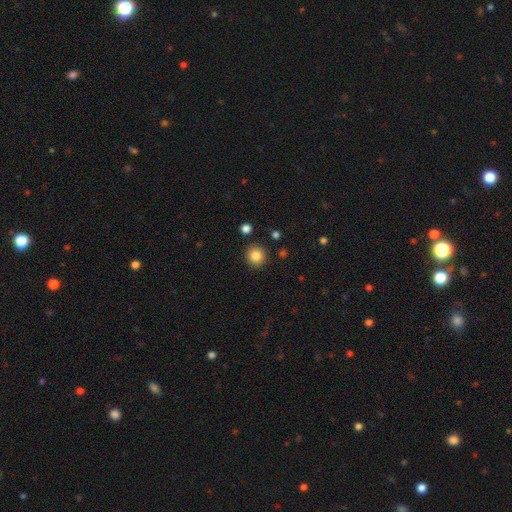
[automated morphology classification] Overall: smooth (85%). How rounded: round (92%). Merging: none (90%).